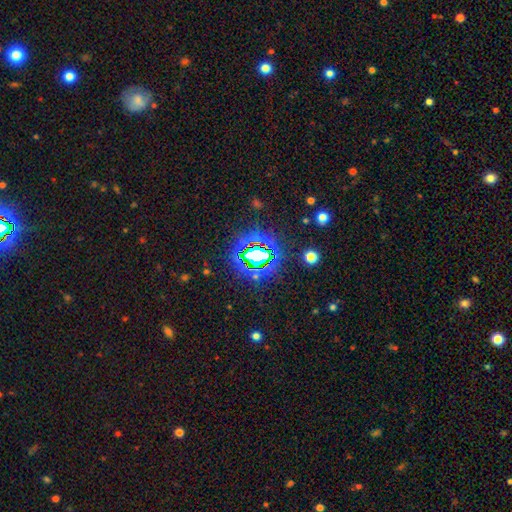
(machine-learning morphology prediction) Overall: star or artifact (74%).